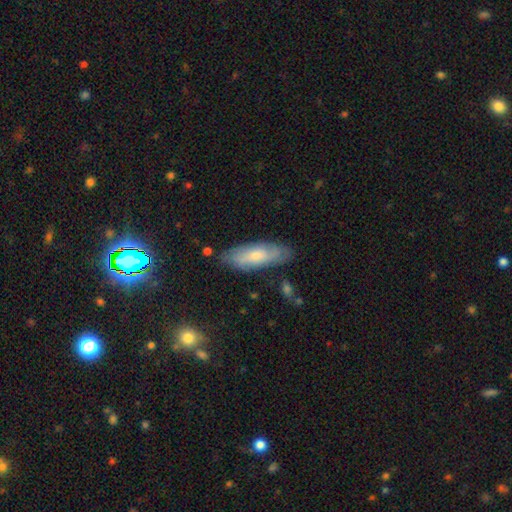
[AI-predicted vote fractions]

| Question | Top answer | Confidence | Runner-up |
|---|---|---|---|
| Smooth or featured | smooth | 58% | featured or disk (35%) |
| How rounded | in between | 63% | cigar-shaped (35%) |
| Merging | none | 77% | minor disturbance (17%) |